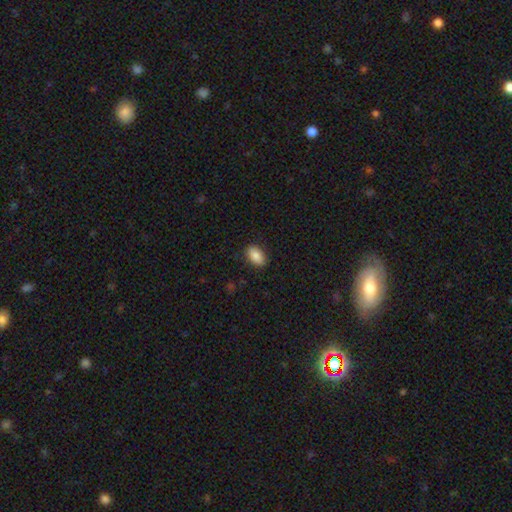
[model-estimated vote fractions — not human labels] smooth_or_featured: smooth (p=0.86) [alt: star or artifact p=0.07]
how_rounded: in between (p=0.91) [alt: round p=0.07]
merging: none (p=0.87) [alt: minor disturbance p=0.10]